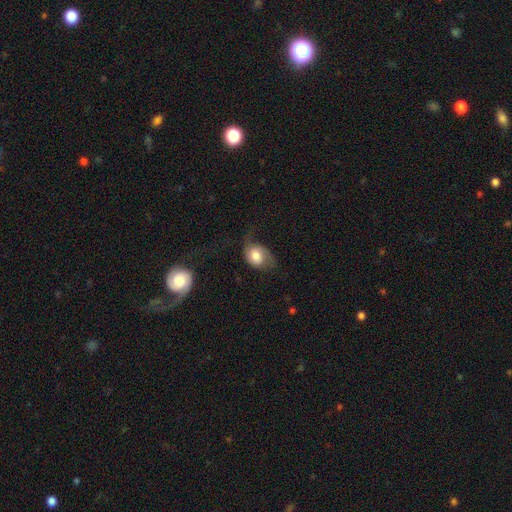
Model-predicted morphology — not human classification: Overall: smooth (55%; featured or disk 37%). How rounded: in between (57%; round 42%). Merging: none (39%; major disturbance 30%).